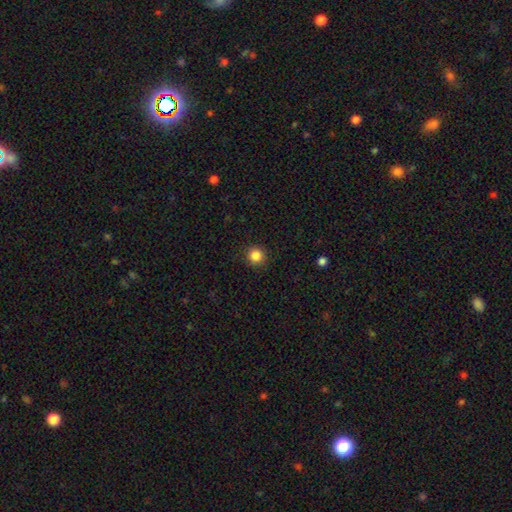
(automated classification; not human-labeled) Smooth or featured? smooth (86%)
How rounded? round (95%)
Merging? none (92%)